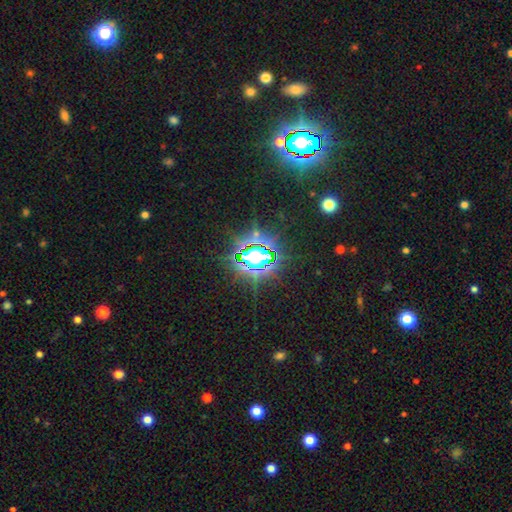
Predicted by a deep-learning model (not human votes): A star or artifact, not a galaxy (79%).